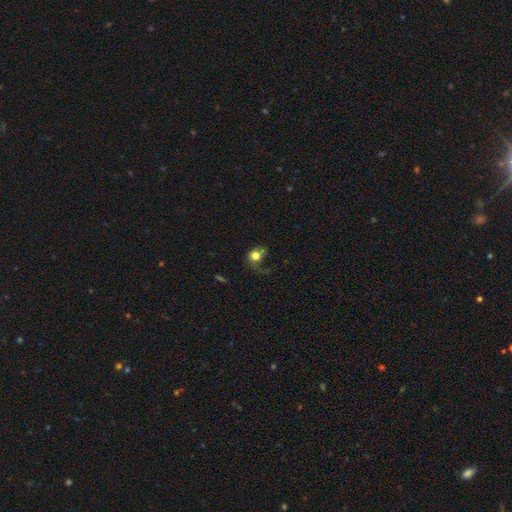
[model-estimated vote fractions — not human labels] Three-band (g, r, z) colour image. It shows a smooth galaxy with no disk features (69%) that is round (65%). Merging: major disturbance (40%).